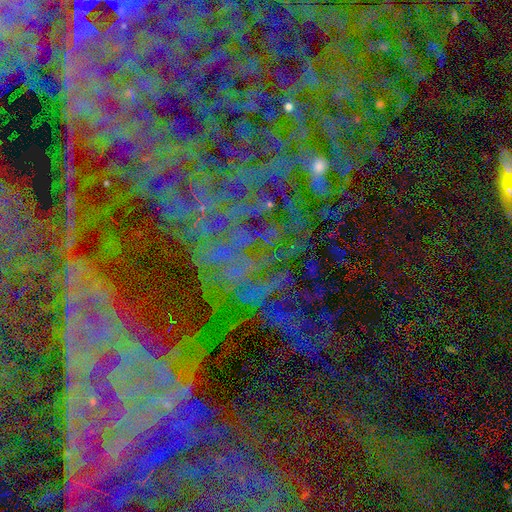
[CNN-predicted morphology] A star or artifact, not a galaxy (79%).

Vote fractions:
- Smooth or featured? star or artifact: 79% / featured or disk: 12% / smooth: 9%